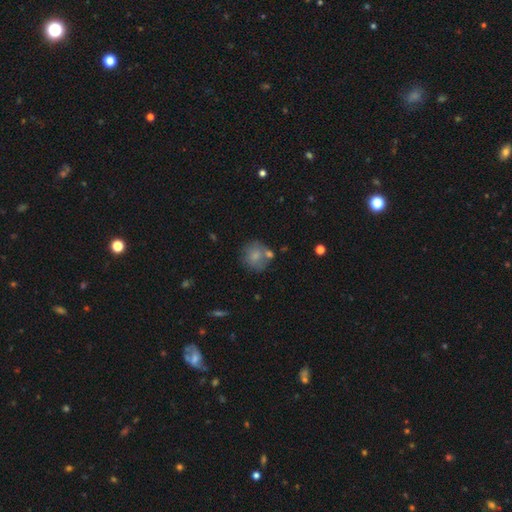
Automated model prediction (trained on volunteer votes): A smooth galaxy with no disk features (75%) that is round (84%). Merging: none (59%).